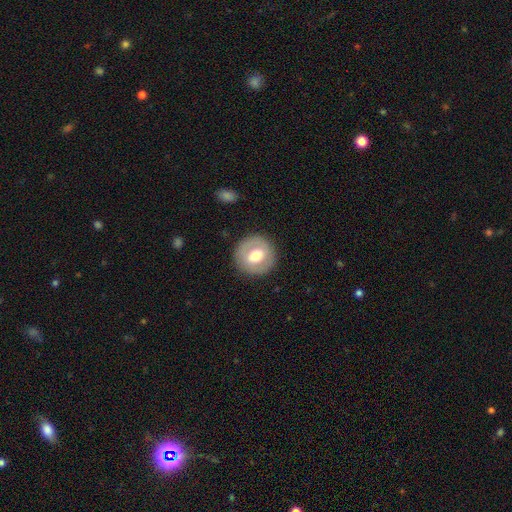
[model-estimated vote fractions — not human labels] smooth_or_featured: smooth (p=0.55) [alt: featured or disk p=0.39]
how_rounded: round (p=0.89) [alt: in between p=0.10]
merging: none (p=0.87) [alt: minor disturbance p=0.08]